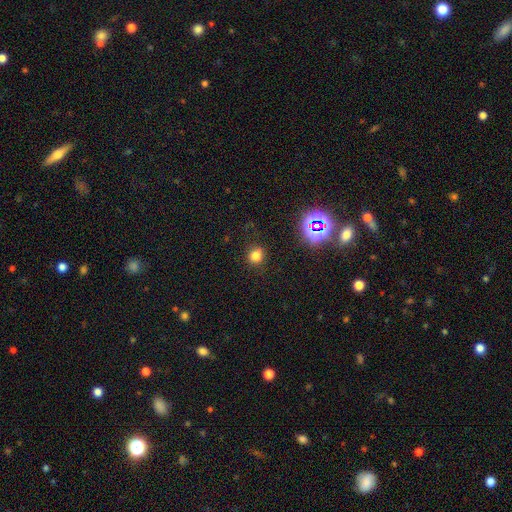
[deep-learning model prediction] Overall: smooth (74%). How rounded: round (77%). Merging: none (83%).